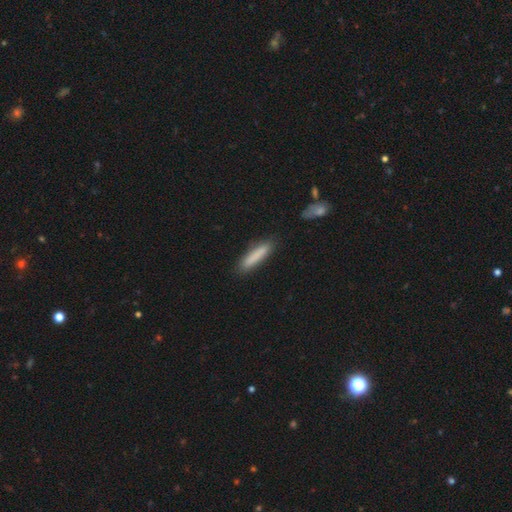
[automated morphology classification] This is clearly a smooth galaxy (83%). How rounded: clearly cigar-shaped (86%). Merging: clearly none (86%).